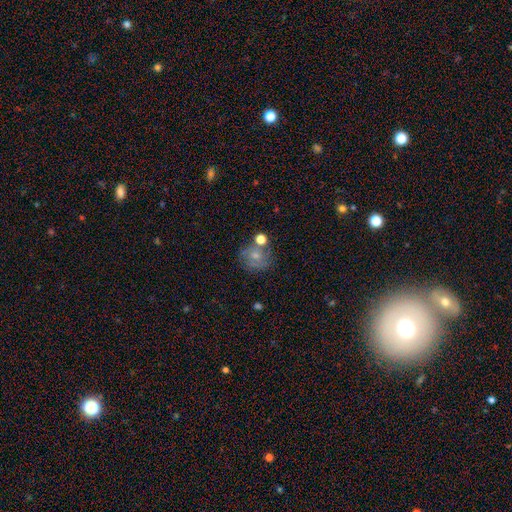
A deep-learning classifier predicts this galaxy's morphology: Smooth or featured: smooth — 58% (featured or disk — 30%)
How rounded: round — 79% (in between — 20%)
Merging: none — 55% (merger — 19%)